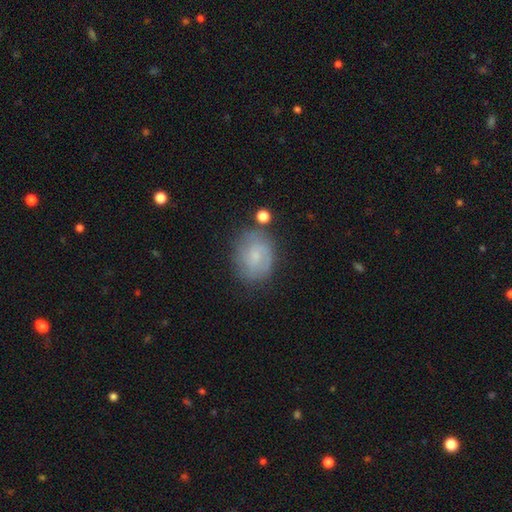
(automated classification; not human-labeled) This is possibly a featured or disk galaxy (59%). It is clearly not viewed edge-on (97%). Bar: possibly no (51%). Spiral arm pattern: clearly yes (86%). Central bulge: likely small (63%). Merging: likely none (72%).